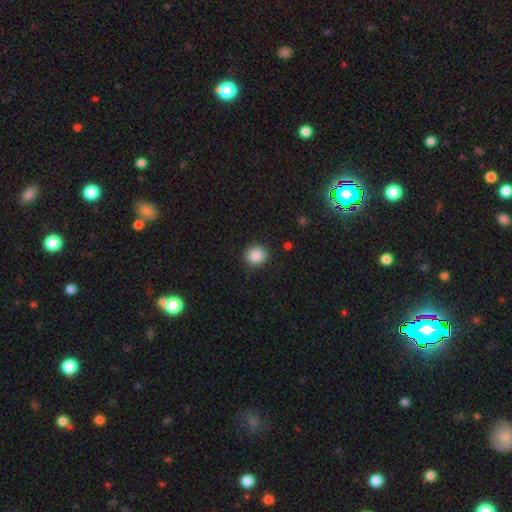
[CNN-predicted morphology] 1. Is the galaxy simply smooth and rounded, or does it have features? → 88% smooth, 9% star or artifact, 3% featured or disk.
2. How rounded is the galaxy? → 90% round, 9% in between, 1% cigar-shaped.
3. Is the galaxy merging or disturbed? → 89% none, 8% minor disturbance, 2% major disturbance, 1% merger.